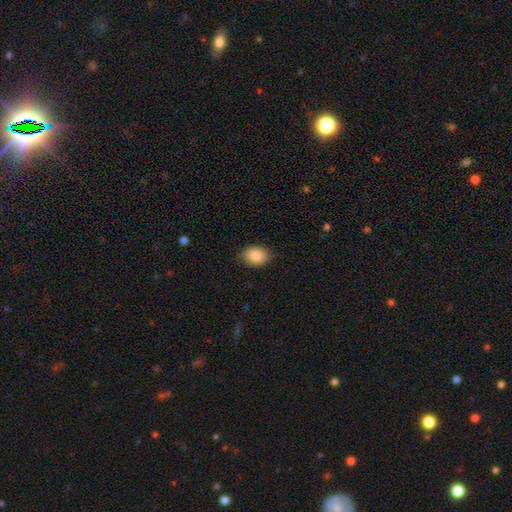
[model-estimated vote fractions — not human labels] A smooth galaxy with no disk features (88%) that is in between round and cigar-shaped (72%). Merging: none (86%).